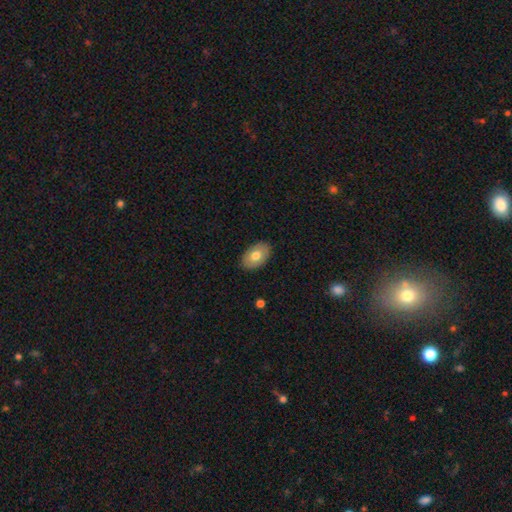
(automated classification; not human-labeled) smooth-or-featured: smooth: 69% | featured or disk: 25% | star or artifact: 6%
  how-rounded: in between: 89% | round: 10% | cigar-shaped: 1%
  merging: none: 87% | minor disturbance: 10% | major disturbance: 2% | merger: 1%